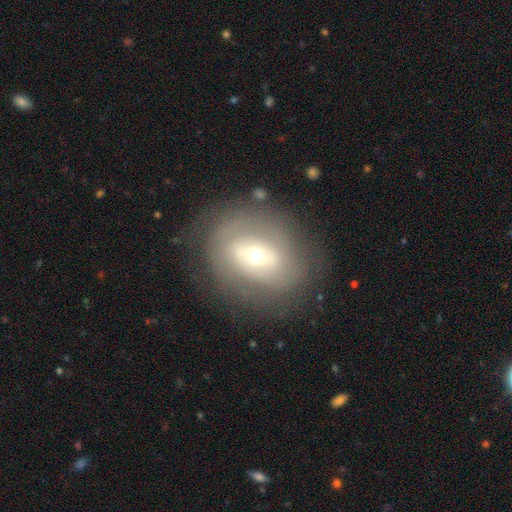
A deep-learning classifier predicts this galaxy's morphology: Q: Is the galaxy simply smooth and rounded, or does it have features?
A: featured or disk — 61%.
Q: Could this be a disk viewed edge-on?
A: no — 93%.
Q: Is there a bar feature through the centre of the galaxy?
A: no — 39%.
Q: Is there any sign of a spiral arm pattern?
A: no — 55%.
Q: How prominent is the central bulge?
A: moderate — 50%.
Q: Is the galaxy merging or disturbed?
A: none — 77%.